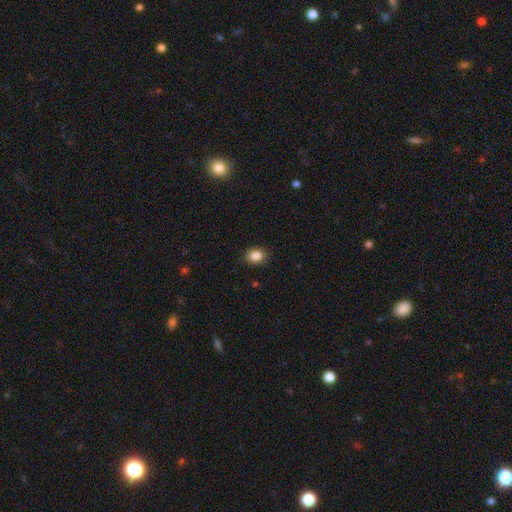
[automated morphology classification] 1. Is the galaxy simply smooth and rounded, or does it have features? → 86% smooth, 9% star or artifact, 4% featured or disk.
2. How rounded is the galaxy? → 58% in between, 41% round, 1% cigar-shaped.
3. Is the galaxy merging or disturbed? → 88% none, 9% minor disturbance, 2% major disturbance, 1% merger.